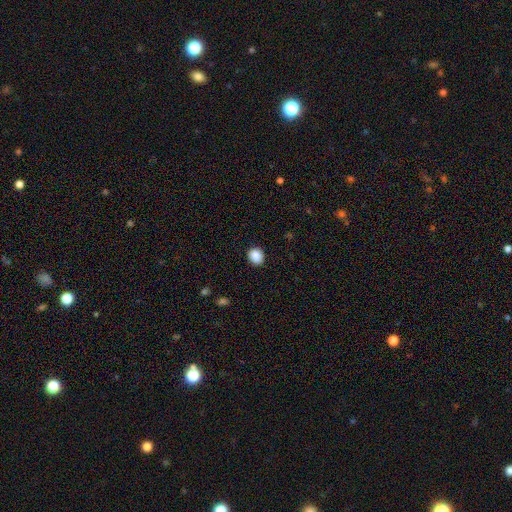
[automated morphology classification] Smooth or featured? smooth (88%)
How rounded? round (67%)
Merging? none (90%)